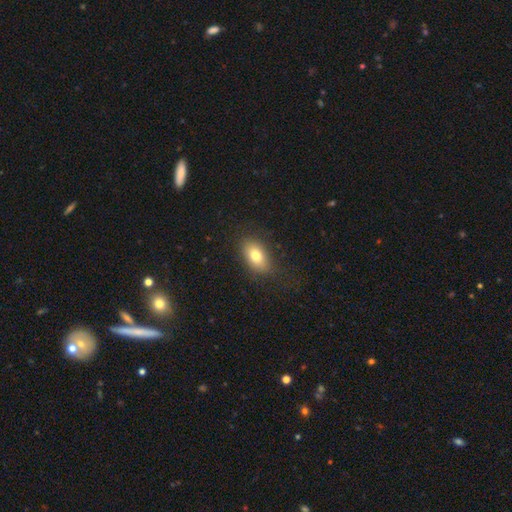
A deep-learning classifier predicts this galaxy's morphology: This appears to be a smooth galaxy with no disk features (78%) that is in between round and cigar-shaped (87%). Merging: none (80%).